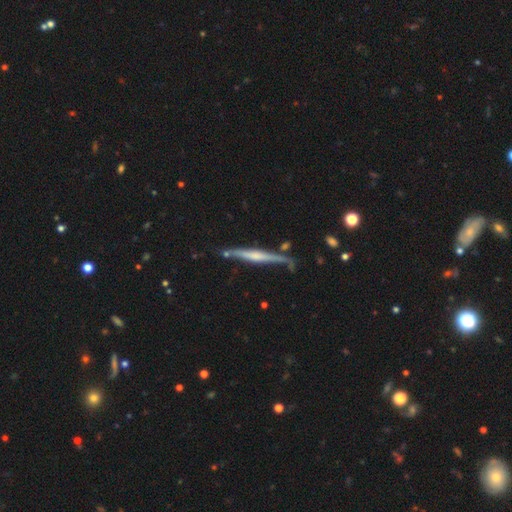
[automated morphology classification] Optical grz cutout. It shows a featured or disk galaxy (66%) viewed edge-on (96%) with a rounded central bulge (44%). Merging: none (68%).